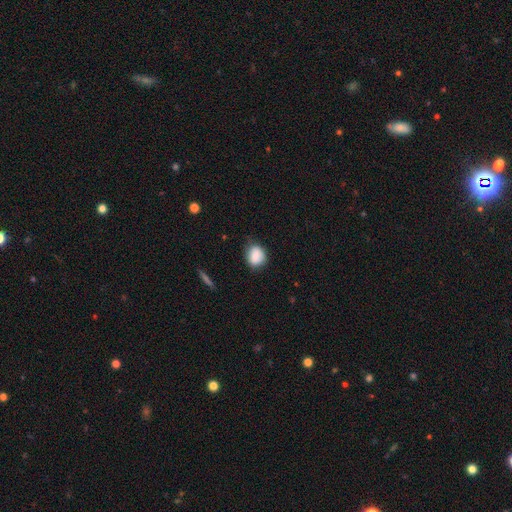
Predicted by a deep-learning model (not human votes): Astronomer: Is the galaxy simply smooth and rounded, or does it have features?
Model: smooth — 80%.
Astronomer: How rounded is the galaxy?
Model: round — 68%.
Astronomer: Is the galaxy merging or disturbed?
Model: none — 70%.